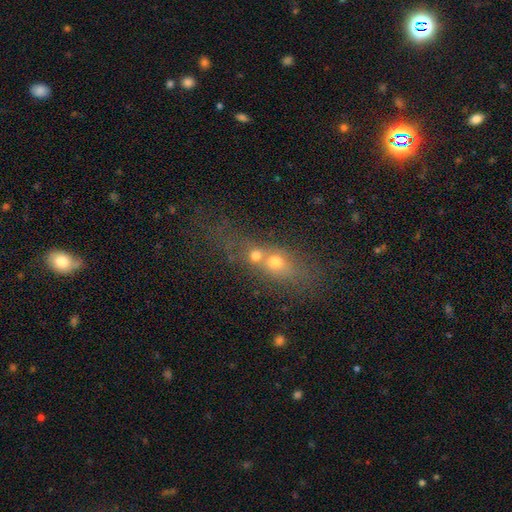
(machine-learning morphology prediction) Smooth or featured? Predicted: smooth (p=0.58). How rounded? Predicted: round (p=0.50). Merging? Predicted: merger (p=0.62).